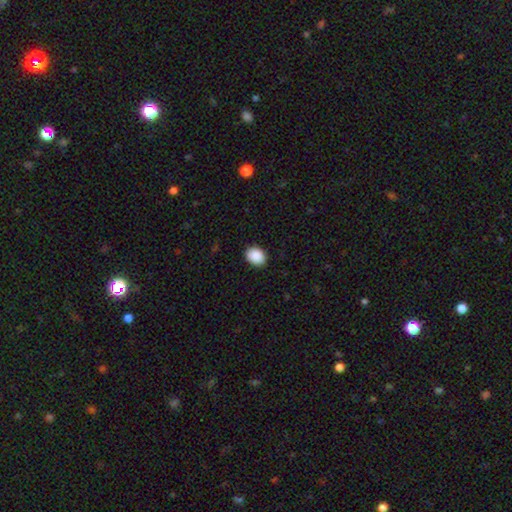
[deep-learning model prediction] smooth-or-featured: smooth: 90% | star or artifact: 7% | featured or disk: 3%
  how-rounded: in between: 60% | round: 40% | cigar-shaped: 1%
  merging: none: 89% | minor disturbance: 8% | major disturbance: 2% | merger: 1%